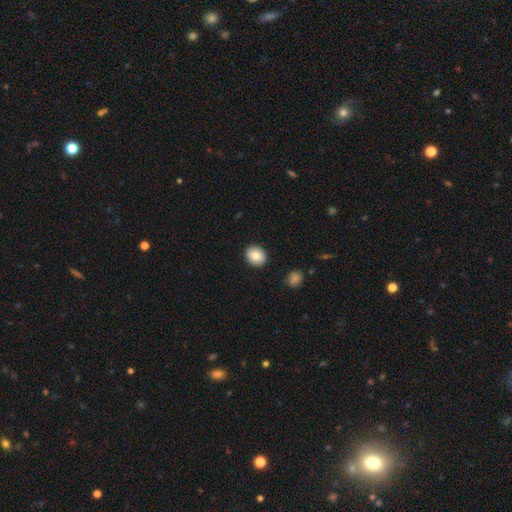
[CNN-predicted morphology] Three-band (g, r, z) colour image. It shows a smooth galaxy with no disk features (83%) that is round (73%). Merging: none (91%).